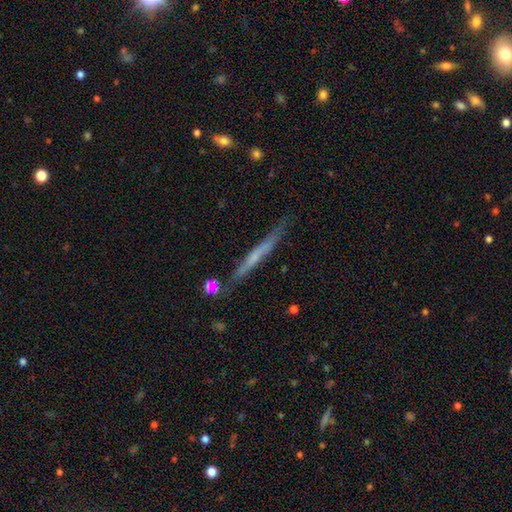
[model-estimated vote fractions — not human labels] A featured or disk galaxy (52%) viewed edge-on (94%). Merging: none (78%).